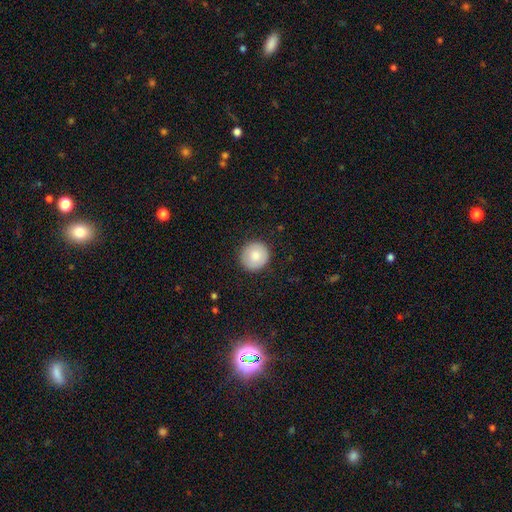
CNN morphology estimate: Smooth or featured? Predicted: smooth (p=0.84). How rounded? Predicted: round (p=0.92). Merging? Predicted: none (p=0.90).